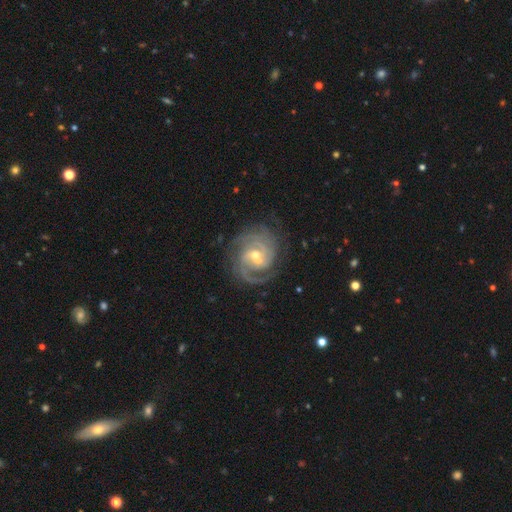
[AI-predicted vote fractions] featured or disk 91%, star or artifact 5%, smooth 4%. Down the decision tree: edge-on disk — no (98%); bar — weak (50%); spiral arms — yes (98%); spiral arm count — 3 (34%); spiral winding — tight (63%); bulge size — small (53%); merging — none (73%).